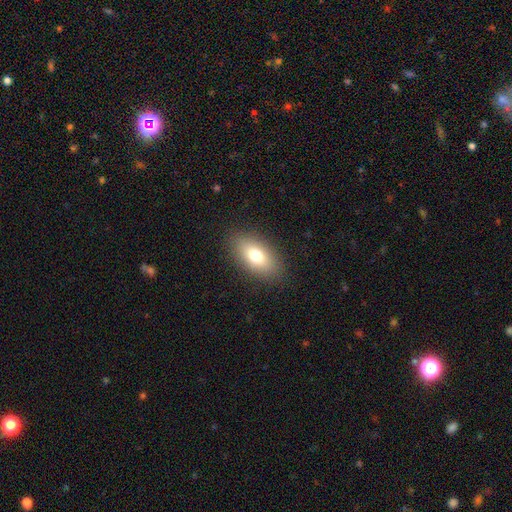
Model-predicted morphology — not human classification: Q: Smooth or featured?
A: smooth (75%); runner-up: featured or disk (16%)
Q: How rounded?
A: in between (89%); runner-up: round (6%)
Q: Merging?
A: none (87%); runner-up: minor disturbance (9%)